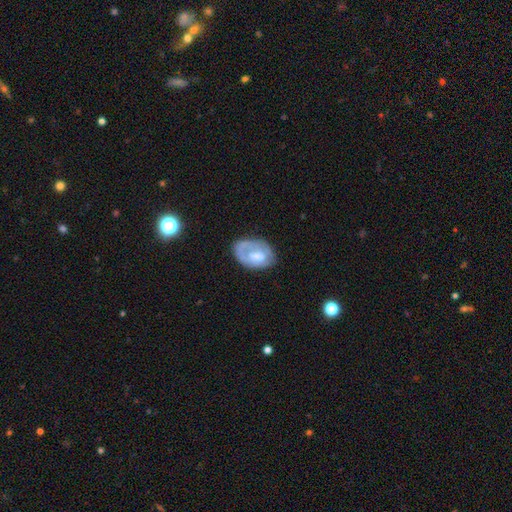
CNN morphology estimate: Smooth or featured: smooth — 49% (featured or disk — 44%)
Merging: none — 52% (minor disturbance — 28%)